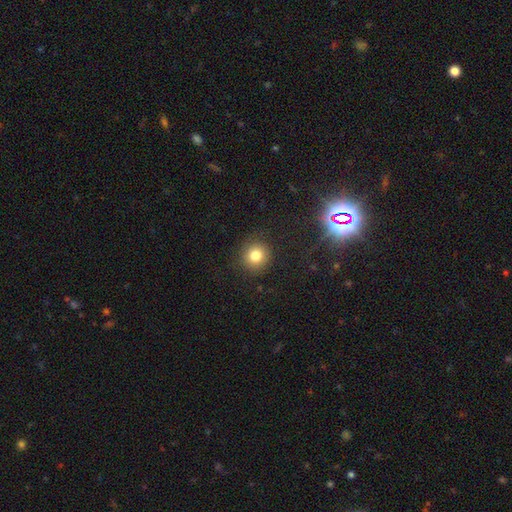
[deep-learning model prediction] smooth_or_featured: smooth (p=0.79) [alt: star or artifact p=0.13]
how_rounded: round (p=0.90) [alt: in between p=0.09]
merging: none (p=0.88) [alt: minor disturbance p=0.08]